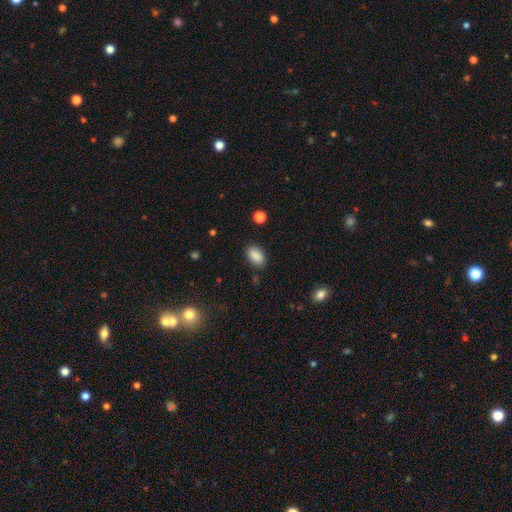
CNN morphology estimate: smooth-or-featured: smooth: 88% | star or artifact: 8% | featured or disk: 4%
  how-rounded: in between: 90% | round: 8% | cigar-shaped: 2%
  merging: none: 84% | minor disturbance: 11% | major disturbance: 3% | merger: 2%